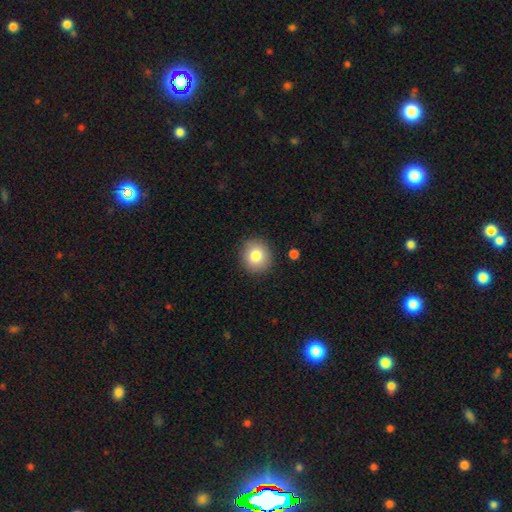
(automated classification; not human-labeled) smooth_or_featured: smooth (p=0.83) [alt: star or artifact p=0.09]
how_rounded: round (p=0.89) [alt: in between p=0.10]
merging: none (p=0.89) [alt: minor disturbance p=0.07]